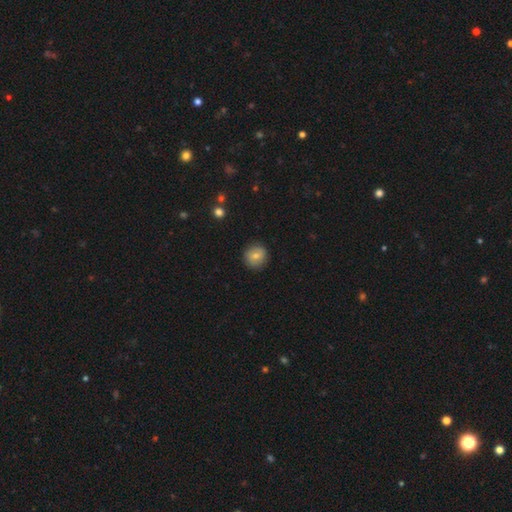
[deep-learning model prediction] This is likely a smooth galaxy (75%). How rounded: clearly round (90%). Merging: clearly none (88%).